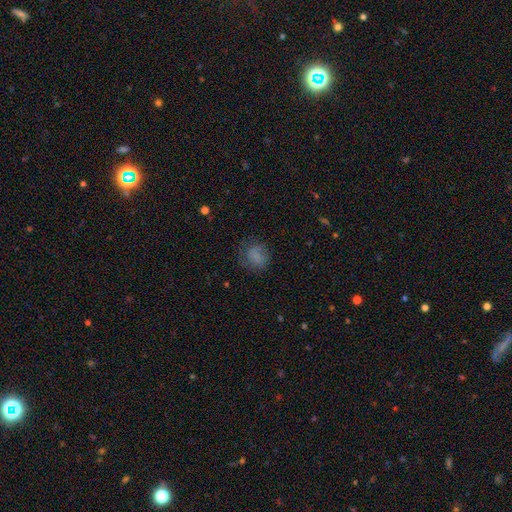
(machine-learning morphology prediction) The model was most divided on "how rounded": round: 68%, in between: 30%, cigar-shaped: 1%. More confident: smooth or featured — smooth (71%); merging — none (62%).